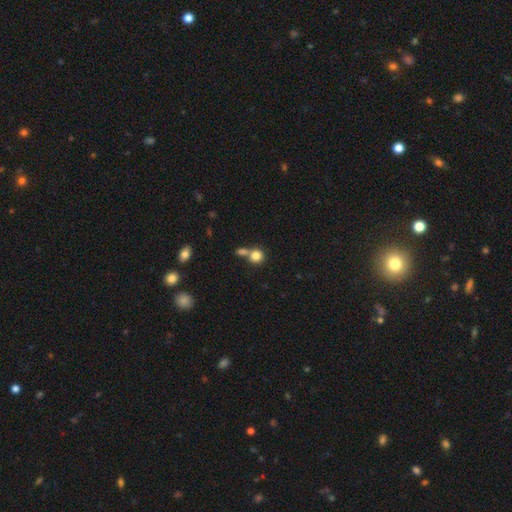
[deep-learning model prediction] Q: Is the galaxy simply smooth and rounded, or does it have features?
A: smooth — 82%.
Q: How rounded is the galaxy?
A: round — 87%.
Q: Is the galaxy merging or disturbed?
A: none — 50%.